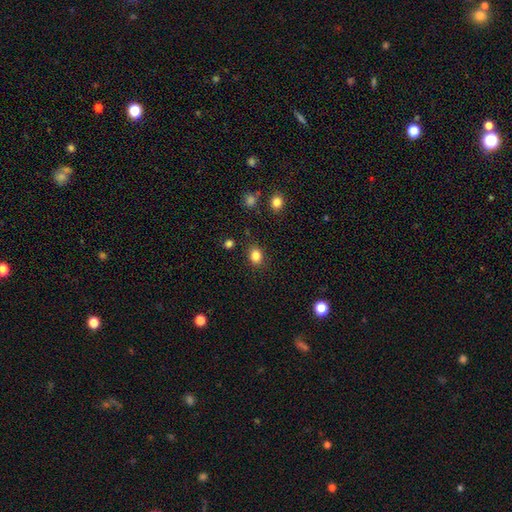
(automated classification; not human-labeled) Q: Smooth or featured?
A: smooth (84%); runner-up: star or artifact (11%)
Q: How rounded?
A: in between (51%); runner-up: round (48%)
Q: Merging?
A: none (85%); runner-up: minor disturbance (10%)